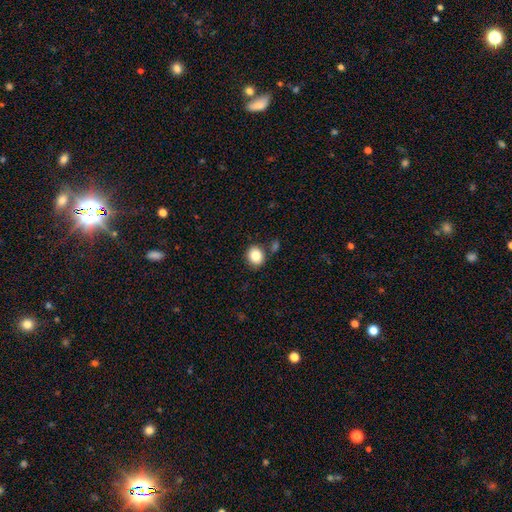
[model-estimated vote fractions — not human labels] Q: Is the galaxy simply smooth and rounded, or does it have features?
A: smooth — 85%.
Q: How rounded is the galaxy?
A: round — 76%.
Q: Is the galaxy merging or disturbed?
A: none — 81%.